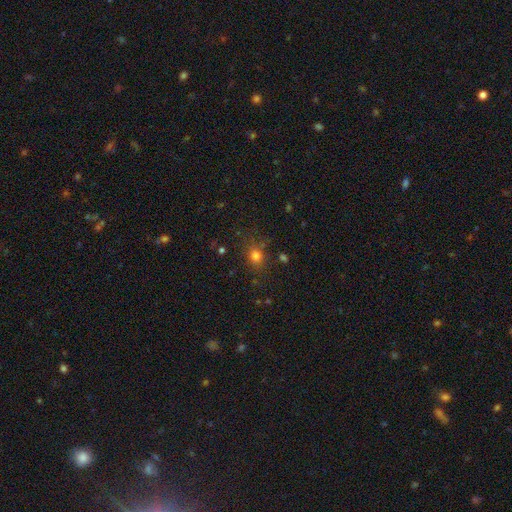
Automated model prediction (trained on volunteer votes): A smooth galaxy with no disk features (76%) that is round (69%).

Vote fractions:
- Smooth or featured? smooth: 76% / star or artifact: 17% / featured or disk: 7%
- How rounded? round: 69% / in between: 29% / cigar-shaped: 1%
- Merging? none: 77% / minor disturbance: 14% / major disturbance: 6% / merger: 4%